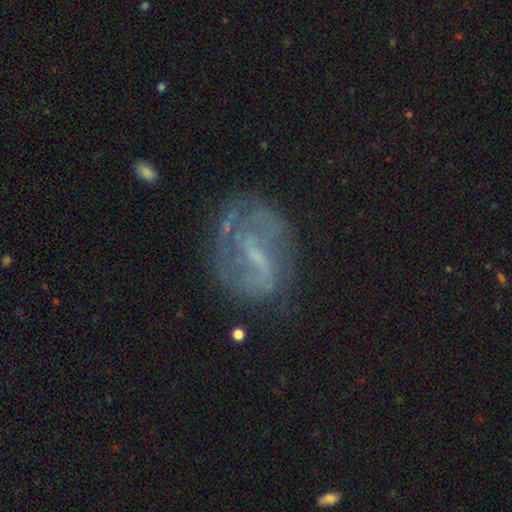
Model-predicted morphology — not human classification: Smooth or featured? featured or disk (74%)
Edge-on disk? no (96%)
Bar? weak (52%)
Spiral arms? yes (80%)
Spiral winding? medium (42%)
Spiral arm count? 2 (49%)
Bulge size? small (50%)
Merging? none (62%)